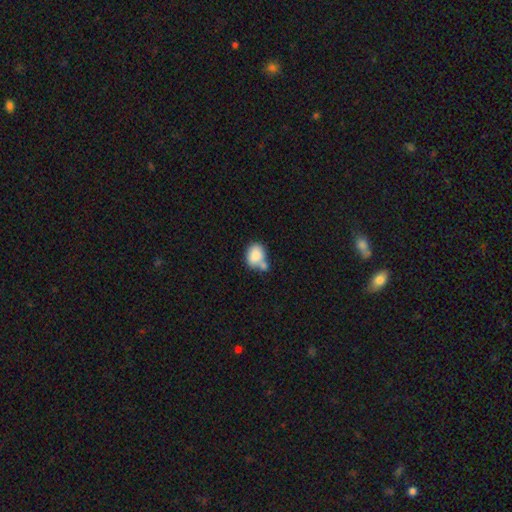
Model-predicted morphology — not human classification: type=smooth (84%); roundness=in between (60%); merging=merger (41%).